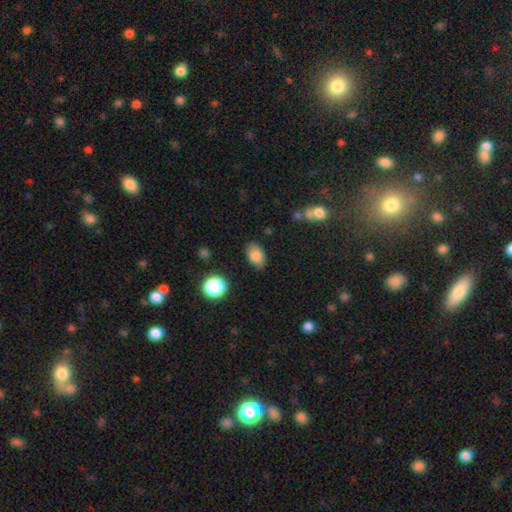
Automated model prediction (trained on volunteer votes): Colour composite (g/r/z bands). It shows a smooth galaxy with no disk features (82%) that is in between round and cigar-shaped (89%). Merging: none (81%).